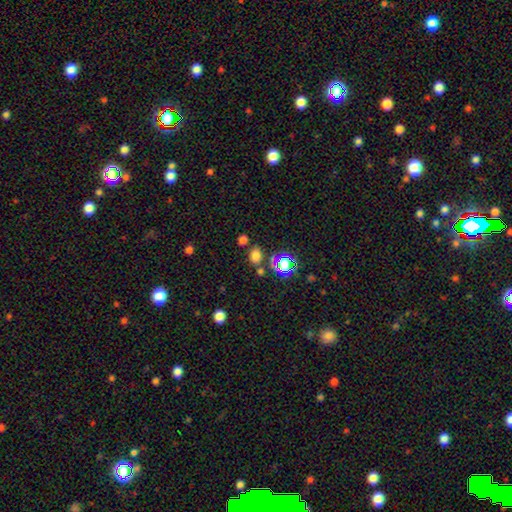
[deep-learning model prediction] Smooth or featured: smooth — 70% (star or artifact — 24%)
How rounded: in between — 68% (round — 30%)
Merging: none — 73% (merger — 12%)